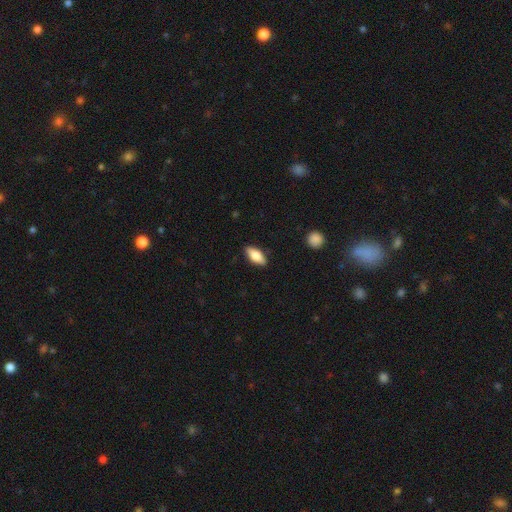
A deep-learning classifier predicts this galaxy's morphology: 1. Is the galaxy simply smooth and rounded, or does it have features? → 74% smooth, 20% featured or disk, 6% star or artifact.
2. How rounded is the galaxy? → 79% in between, 18% cigar-shaped, 3% round.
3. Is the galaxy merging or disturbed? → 88% none, 9% minor disturbance, 2% major disturbance, 1% merger.